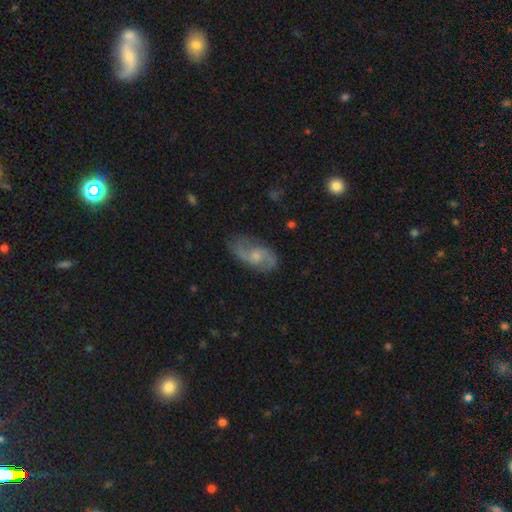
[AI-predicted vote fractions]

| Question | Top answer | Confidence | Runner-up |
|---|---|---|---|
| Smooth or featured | featured or disk | 74% | smooth (20%) |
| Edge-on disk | no | 96% | yes (4%) |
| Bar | no | 57% | weak (38%) |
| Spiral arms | yes | 93% | no (7%) |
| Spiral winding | medium | 45% | loose (41%) |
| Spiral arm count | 2 | 87% | can't tell (7%) |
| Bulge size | small | 47% | moderate (41%) |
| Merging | none | 72% | minor disturbance (20%) |